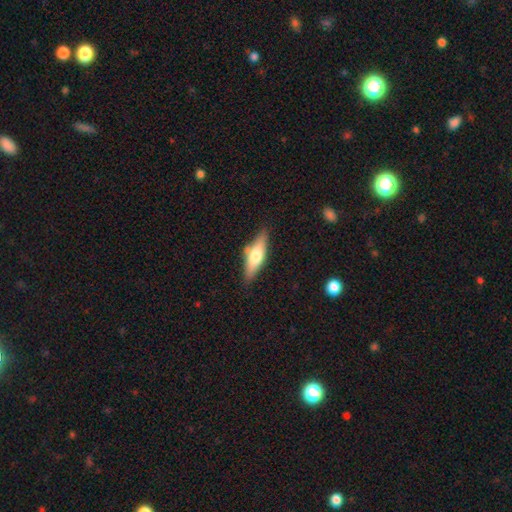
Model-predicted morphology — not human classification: A smooth galaxy with no disk features (54%) that is cigar-shaped (49%).

Vote fractions:
- Smooth or featured? smooth: 54% / featured or disk: 40% / star or artifact: 6%
- How rounded? cigar-shaped: 49% / in between: 48% / round: 3%
- Merging? none: 77% / minor disturbance: 15% / merger: 4% / major disturbance: 3%